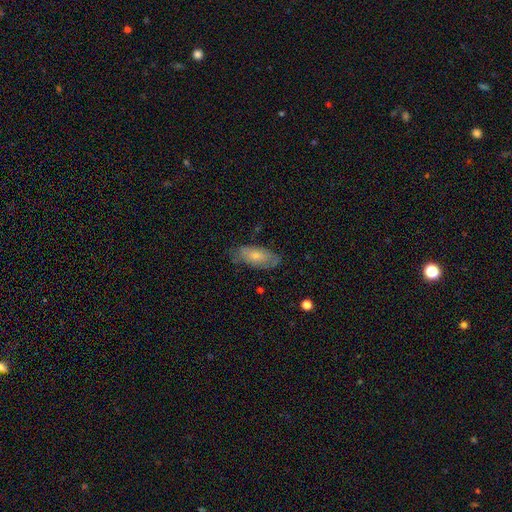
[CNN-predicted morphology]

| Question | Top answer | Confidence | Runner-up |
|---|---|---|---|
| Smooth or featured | smooth | 57% | featured or disk (36%) |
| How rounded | in between | 85% | cigar-shaped (12%) |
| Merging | none | 66% | minor disturbance (25%) |